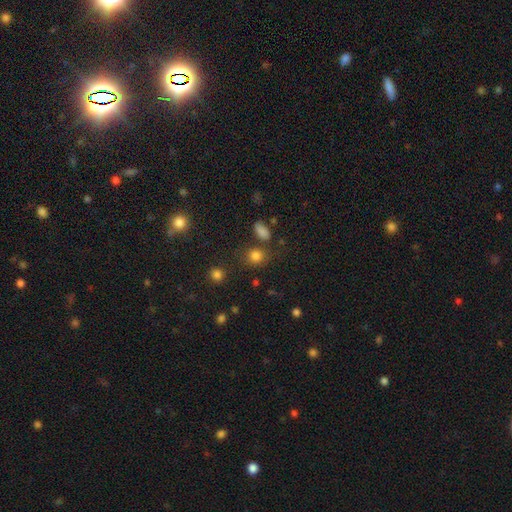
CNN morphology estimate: The model was most divided on "how rounded": round: 72%, in between: 27%, cigar-shaped: 1%. More confident: smooth or featured — smooth (80%); merging — none (69%).